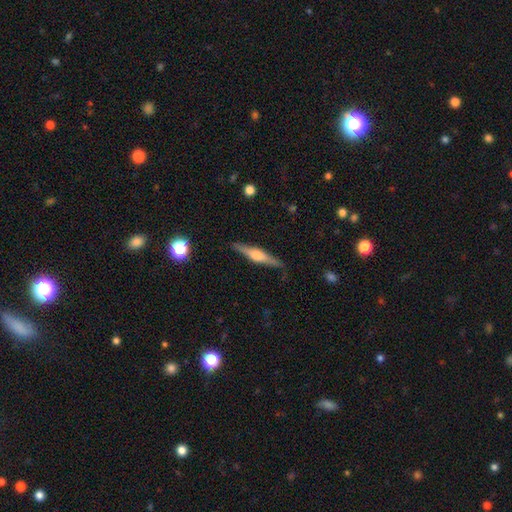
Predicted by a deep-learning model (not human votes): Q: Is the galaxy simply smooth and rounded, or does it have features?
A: featured or disk — 71%.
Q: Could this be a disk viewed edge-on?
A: yes — 97%.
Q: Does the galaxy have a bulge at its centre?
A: rounded — 90%.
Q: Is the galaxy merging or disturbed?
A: none — 88%.